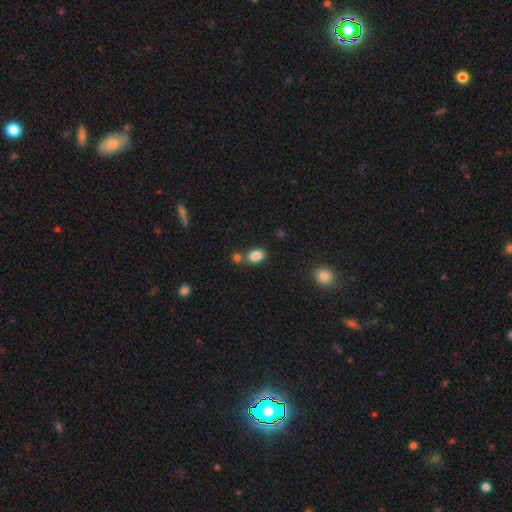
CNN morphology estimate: smooth-or-featured: smooth: 86% | star or artifact: 9% | featured or disk: 5%
  how-rounded: in between: 82% | round: 17% | cigar-shaped: 1%
  merging: none: 63% | merger: 22% | minor disturbance: 11% | major disturbance: 3%